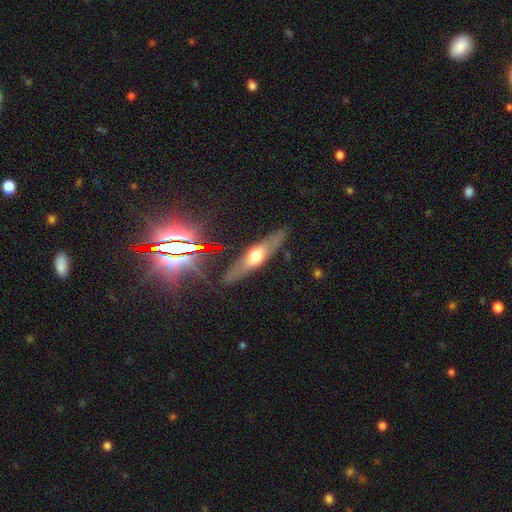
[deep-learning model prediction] The model was most divided on "smooth or featured": featured or disk: 55%, smooth: 36%, star or artifact: 9%. More confident: merging — none (86%); edge-on disk — yes (83%).